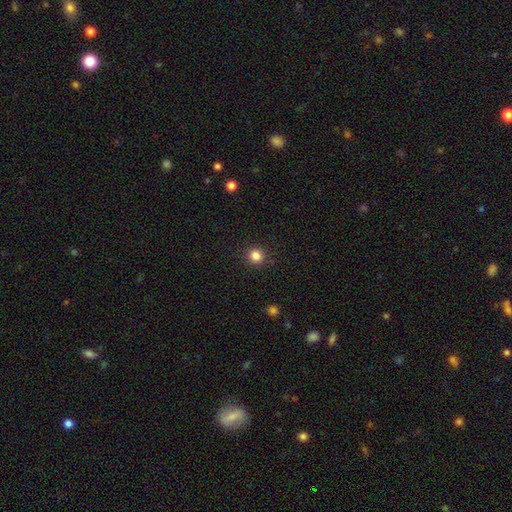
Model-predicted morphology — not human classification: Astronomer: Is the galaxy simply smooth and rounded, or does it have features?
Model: smooth — 84%.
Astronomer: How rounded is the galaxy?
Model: round — 94%.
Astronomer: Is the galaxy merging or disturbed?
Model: none — 91%.